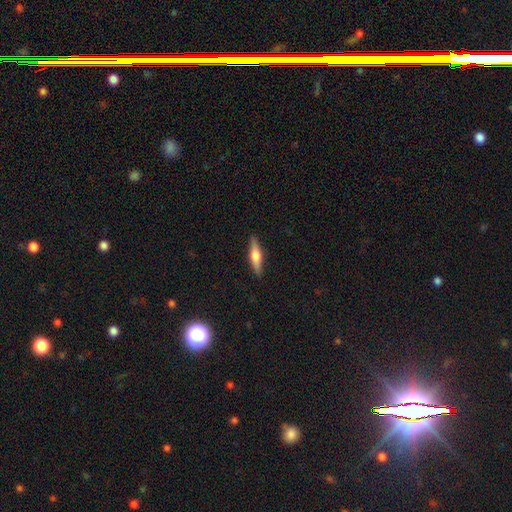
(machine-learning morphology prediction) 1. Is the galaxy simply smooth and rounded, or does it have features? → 50% featured or disk, 44% smooth, 6% star or artifact.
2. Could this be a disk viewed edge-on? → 94% yes, 6% no.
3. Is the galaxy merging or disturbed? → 89% none, 8% minor disturbance, 2% major disturbance, 1% merger.